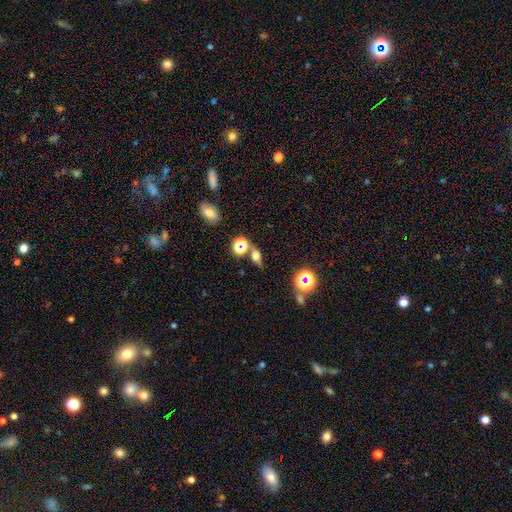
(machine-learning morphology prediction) A smooth galaxy with no disk features (54%) that is in between round and cigar-shaped (57%). Merging: none (68%).